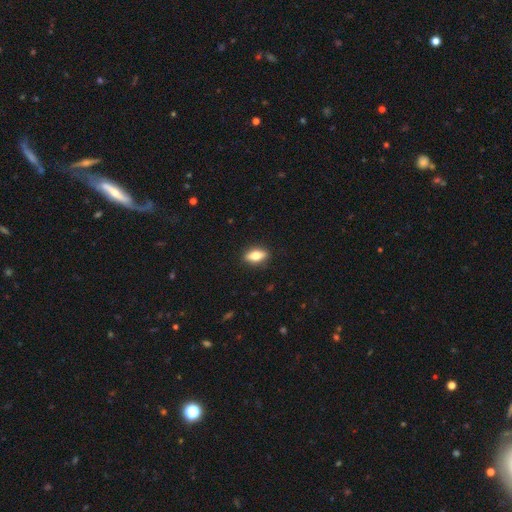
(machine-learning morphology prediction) Smooth or featured: smooth — 68% (featured or disk — 25%)
How rounded: in between — 78% (cigar-shaped — 15%)
Merging: none — 88% (minor disturbance — 9%)